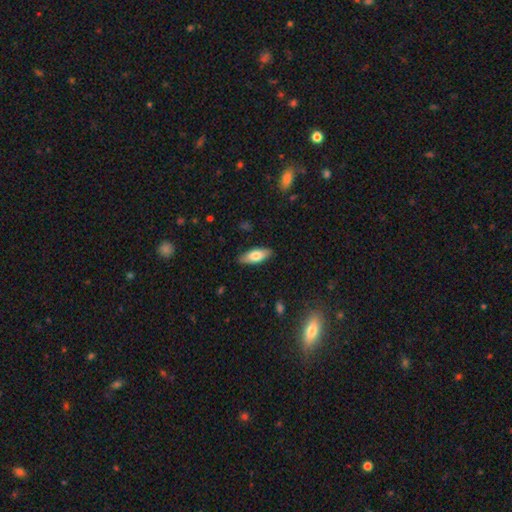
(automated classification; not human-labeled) This is likely a smooth galaxy (73%). How rounded: likely in between (74%). Merging: clearly none (87%).